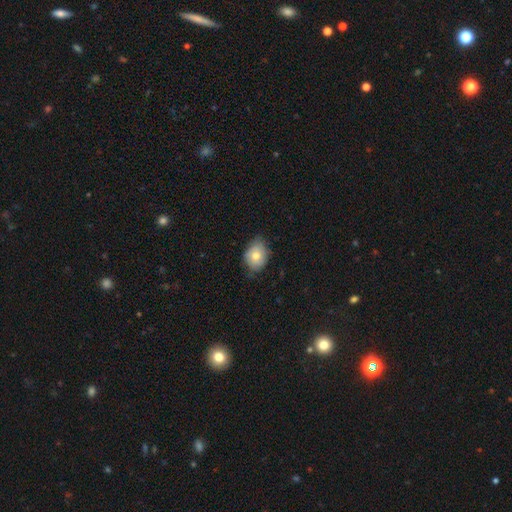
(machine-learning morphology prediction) smooth 75%, featured or disk 17%, star or artifact 8%. Down the decision tree: how rounded — in between (60%); merging — none (65%).